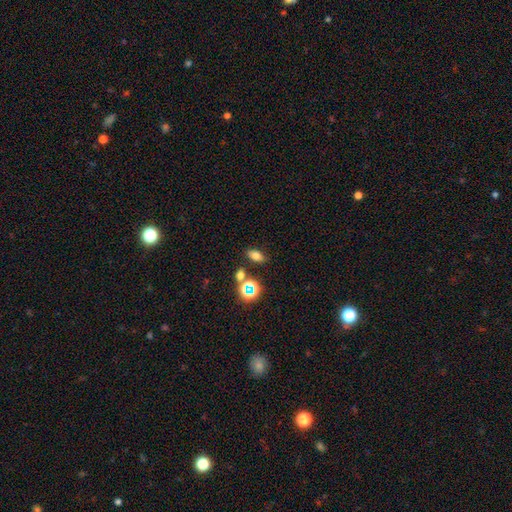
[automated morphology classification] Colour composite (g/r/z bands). It shows a smooth galaxy with no disk features (70%) that is in between round and cigar-shaped (81%). Merging: none (80%).